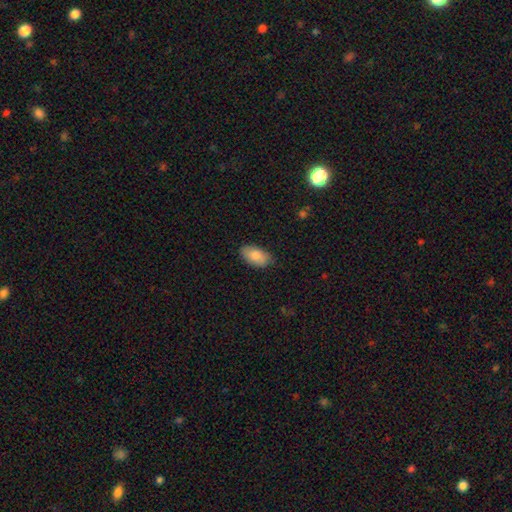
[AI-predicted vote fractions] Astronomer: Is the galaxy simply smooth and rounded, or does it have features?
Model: smooth — 85%.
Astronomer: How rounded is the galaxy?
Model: in between — 94%.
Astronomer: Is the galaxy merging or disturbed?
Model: none — 82%.